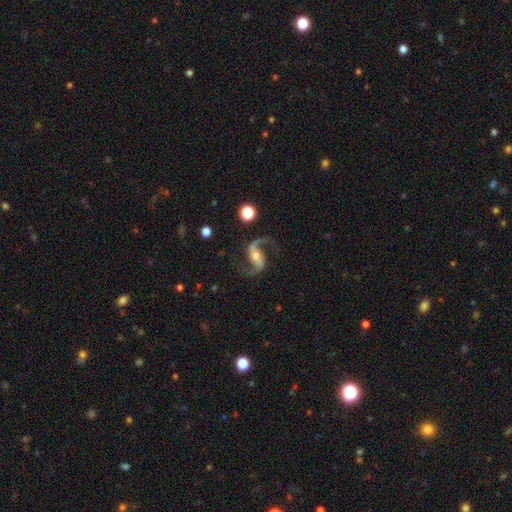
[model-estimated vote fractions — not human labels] Smooth or featured?
  - featured or disk: 91% *
  - star or artifact: 5%
  - smooth: 4%
Edge-on disk?
  - no: 97% *
  - yes: 3%
Bar?
  - strong: 41% *
  - weak: 31%
  - no: 28%
Spiral arms?
  - yes: 98% *
  - no: 2%
Spiral winding?
  - loose: 64% *
  - medium: 30%
  - tight: 5%
Spiral arm count?
  - 2: 94% *
  - 1: 2%
  - can't tell: 1%
  - 3: 1%
  - 4: 1%
  - more than 4: 1%
Bulge size?
  - moderate: 52% *
  - small: 40%
  - large: 4%
  - none: 2%
  - dominant: 1%
Merging?
  - none: 80% *
  - minor disturbance: 11%
  - major disturbance: 7%
  - merger: 2%